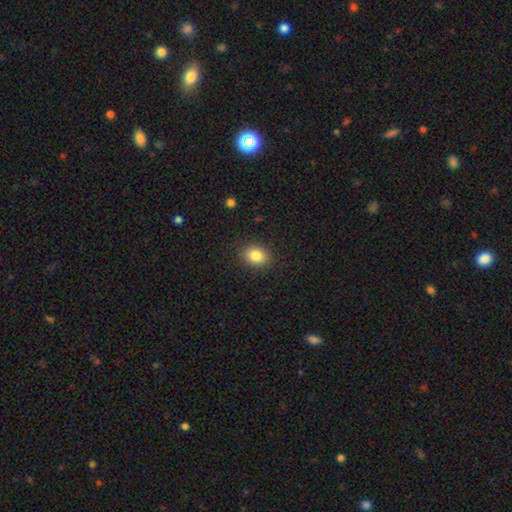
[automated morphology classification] type=smooth (84%); roundness=round (53%); merging=none (88%).